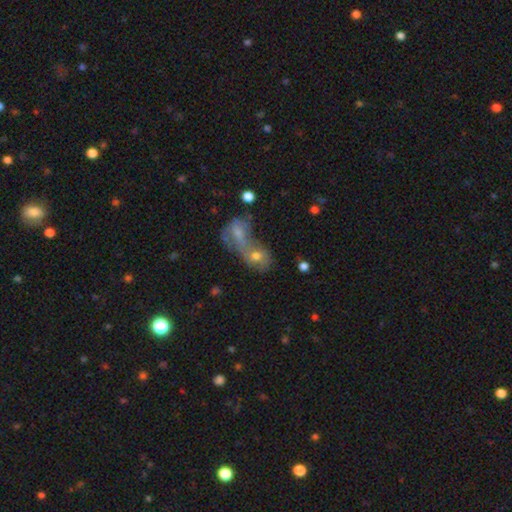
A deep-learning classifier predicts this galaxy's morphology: smooth_or_featured: smooth (p=0.52) [alt: featured or disk p=0.33]
how_rounded: in between (p=0.62) [alt: round p=0.35]
merging: merger (p=0.72) [alt: none p=0.15]